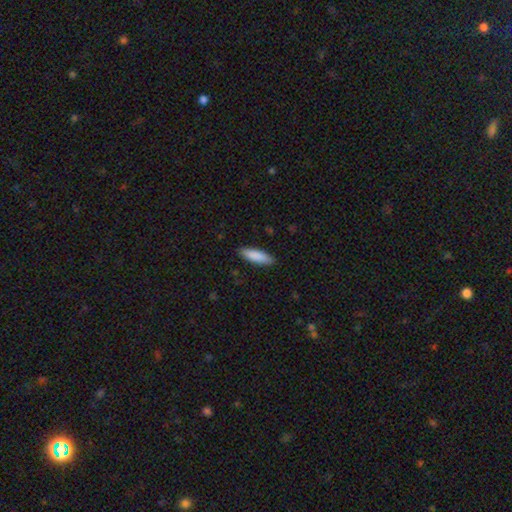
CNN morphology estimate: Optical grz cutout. It shows a smooth galaxy with no disk features (88%) that is cigar-shaped (54%). Merging: none (89%).